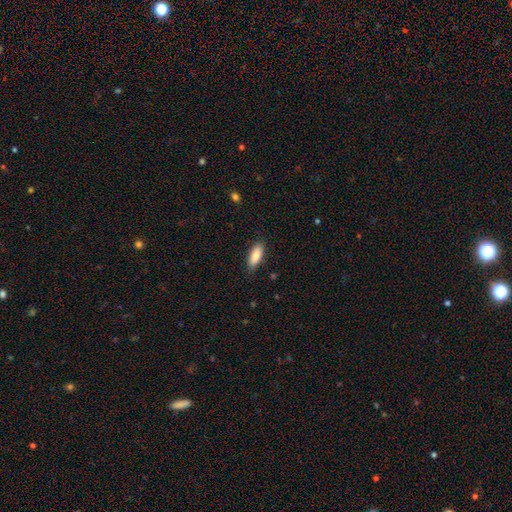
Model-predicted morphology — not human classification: A smooth galaxy with no disk features (86%) that is in between round and cigar-shaped (73%). Merging: none (86%).